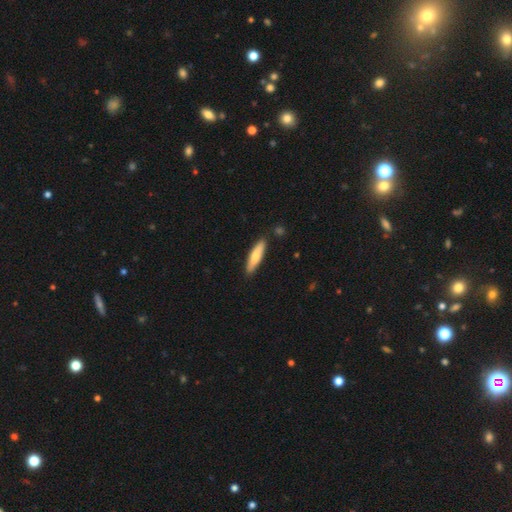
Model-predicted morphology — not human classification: Smooth or featured? smooth (72%)
How rounded? cigar-shaped (75%)
Merging? none (87%)